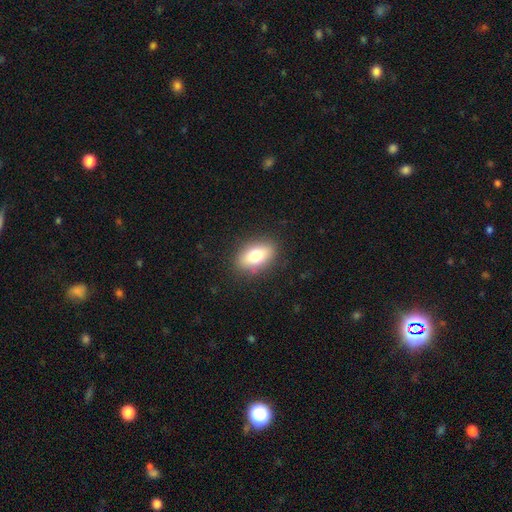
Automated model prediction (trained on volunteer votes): This is likely a smooth galaxy (73%). How rounded: clearly in between (84%). Merging: clearly none (86%).